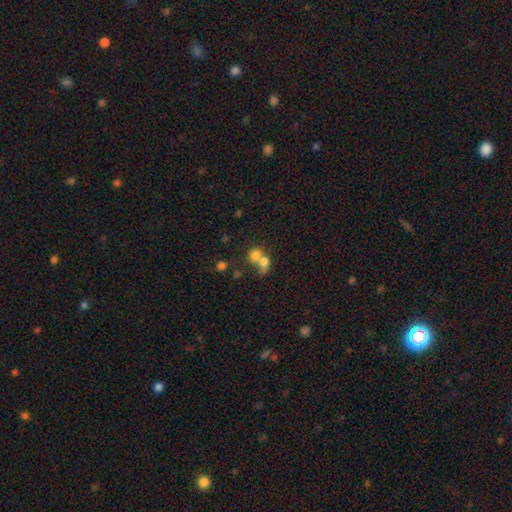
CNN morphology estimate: smooth-or-featured: smooth: 72% | featured or disk: 16% | star or artifact: 12%
  how-rounded: round: 59% | in between: 39% | cigar-shaped: 1%
  merging: merger: 64% | none: 24% | minor disturbance: 6% | major disturbance: 5%